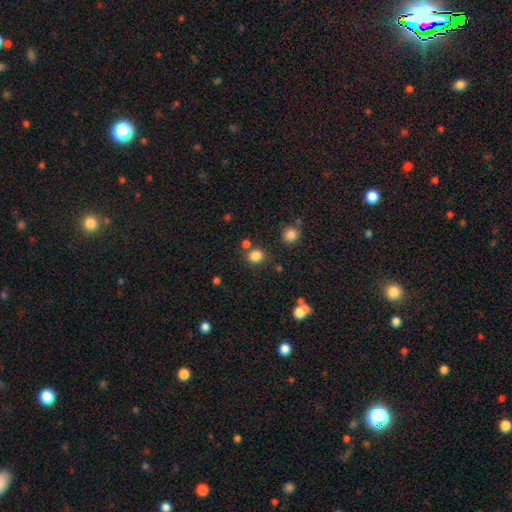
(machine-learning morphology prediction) Overall: smooth (82%). How rounded: round (77%). Merging: none (76%).